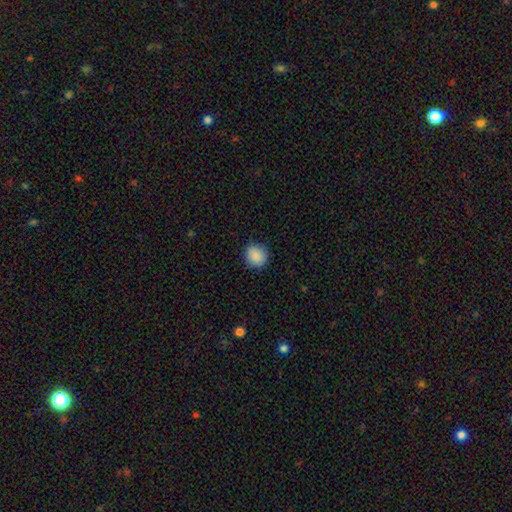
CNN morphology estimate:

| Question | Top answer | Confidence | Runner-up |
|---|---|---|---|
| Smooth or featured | smooth | 88% | star or artifact (8%) |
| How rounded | round | 87% | in between (12%) |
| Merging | none | 87% | minor disturbance (9%) |